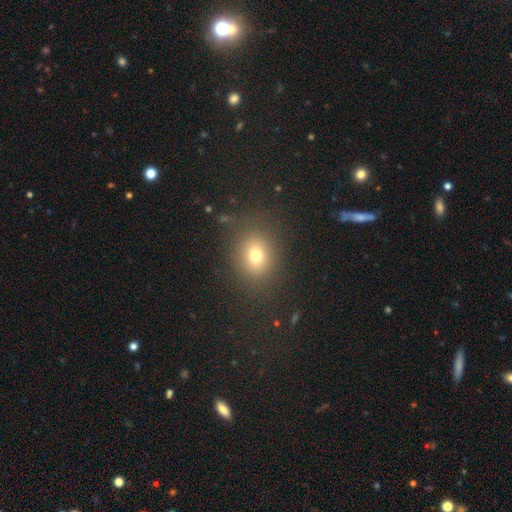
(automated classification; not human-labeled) Smooth or featured? Predicted: smooth (p=0.74). How rounded? Predicted: round (p=0.54). Merging? Predicted: none (p=0.83).